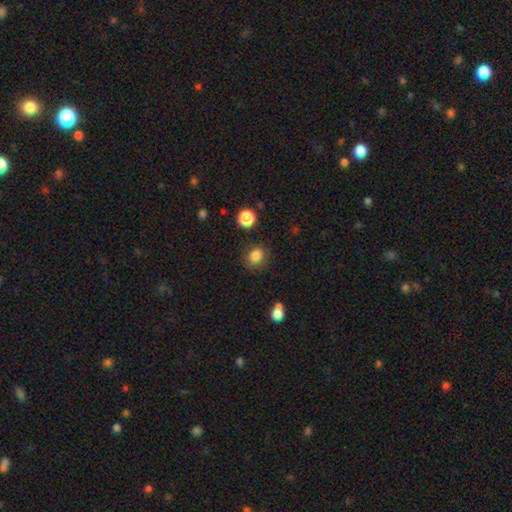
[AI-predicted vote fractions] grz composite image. It shows a smooth galaxy with no disk features (84%) that is round (69%). Merging: none (84%).